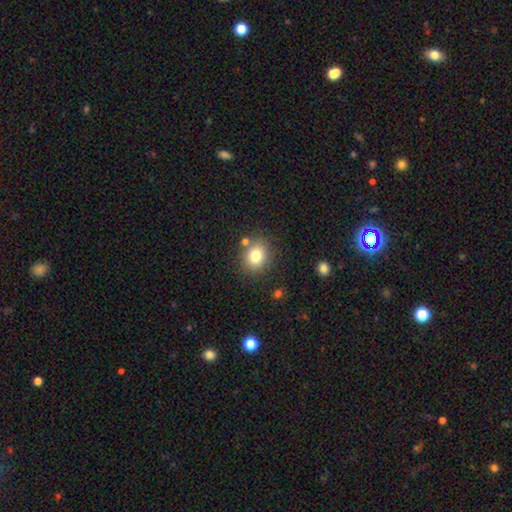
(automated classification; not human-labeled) Smooth or featured: smooth — 79% (star or artifact — 11%)
How rounded: round — 62% (in between — 37%)
Merging: none — 80% (minor disturbance — 10%)